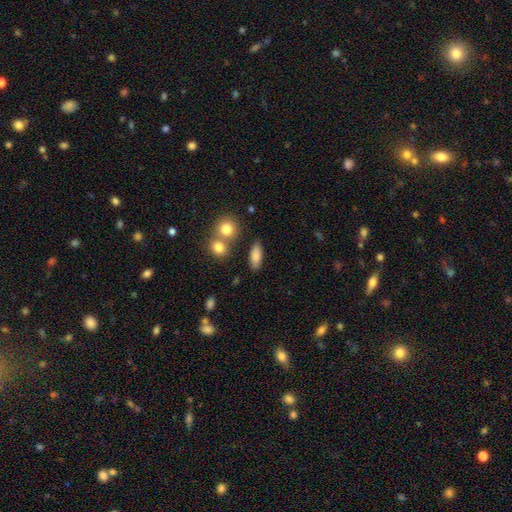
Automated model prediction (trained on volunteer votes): Smooth or featured? Predicted: smooth (p=0.83). How rounded? Predicted: in between (p=0.77). Merging? Predicted: none (p=0.75).